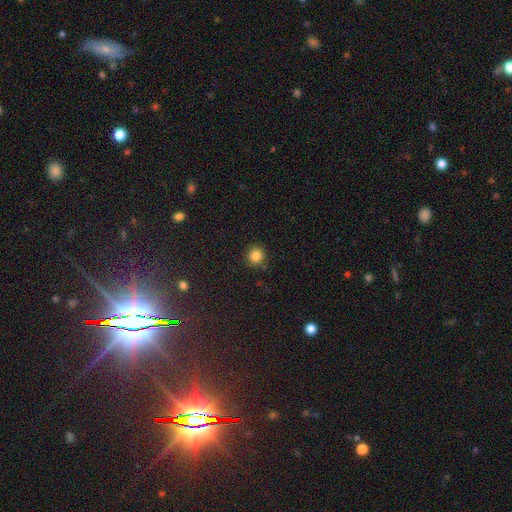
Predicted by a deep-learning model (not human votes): This is clearly a smooth galaxy (84%). How rounded: clearly round (92%). Merging: clearly none (89%).